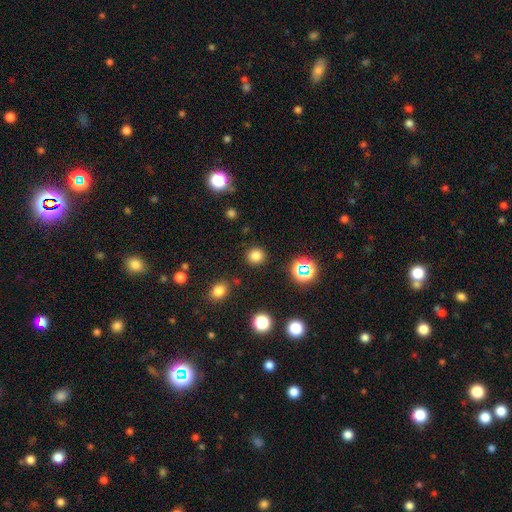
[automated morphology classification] Smooth or featured?
  - smooth: 79% *
  - star or artifact: 17%
  - featured or disk: 5%
How rounded?
  - round: 91% *
  - in between: 8%
  - cigar-shaped: 1%
Merging?
  - none: 88% *
  - minor disturbance: 7%
  - major disturbance: 3%
  - merger: 2%